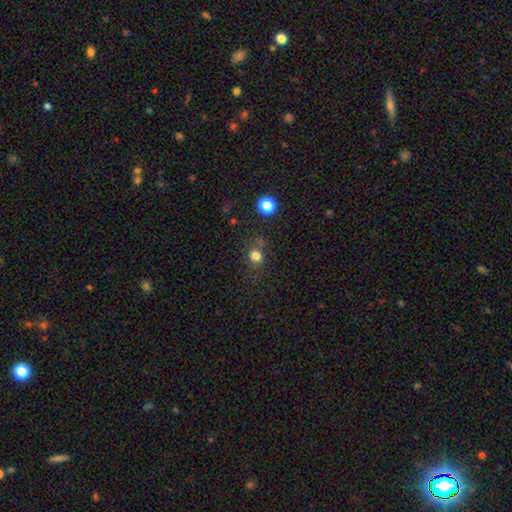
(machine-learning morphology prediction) The model was most divided on "merging": none: 71%, minor disturbance: 14%, merger: 8%, major disturbance: 7%. More confident: how rounded — round (80%); smooth or featured — smooth (78%).